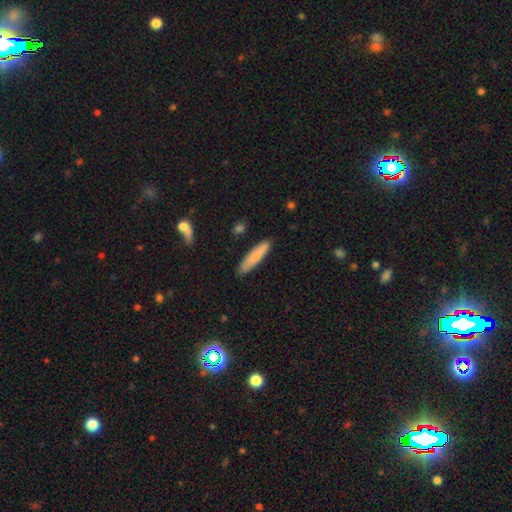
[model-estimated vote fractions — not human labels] Smooth or featured? Predicted: smooth (p=0.80). How rounded? Predicted: cigar-shaped (p=0.82). Merging? Predicted: none (p=0.87).